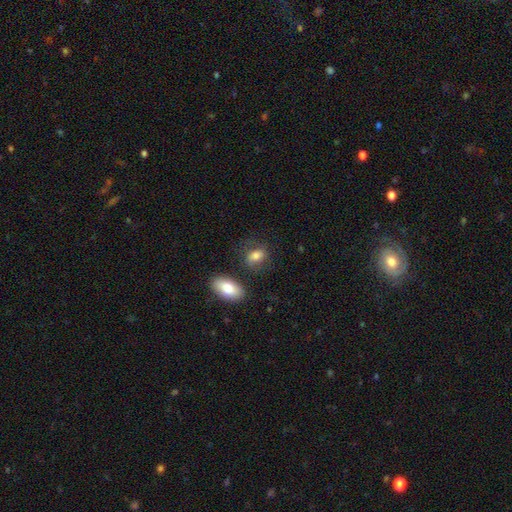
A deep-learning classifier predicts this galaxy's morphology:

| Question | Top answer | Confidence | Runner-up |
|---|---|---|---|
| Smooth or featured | smooth | 77% | featured or disk (14%) |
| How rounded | in between | 78% | round (19%) |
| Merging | none | 66% | minor disturbance (18%) |